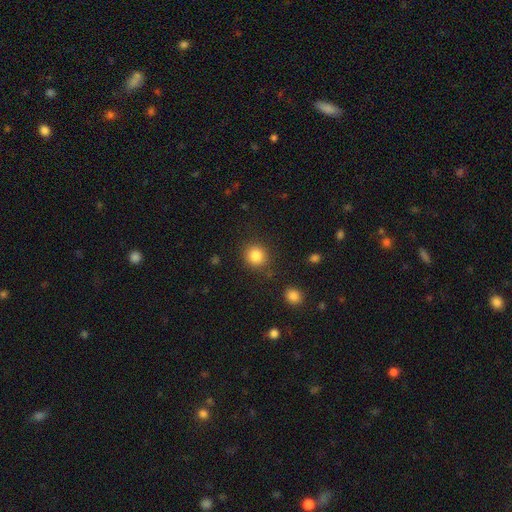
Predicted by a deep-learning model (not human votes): Q: Smooth or featured?
A: smooth (85%); runner-up: star or artifact (10%)
Q: How rounded?
A: round (87%); runner-up: in between (12%)
Q: Merging?
A: none (85%); runner-up: minor disturbance (9%)